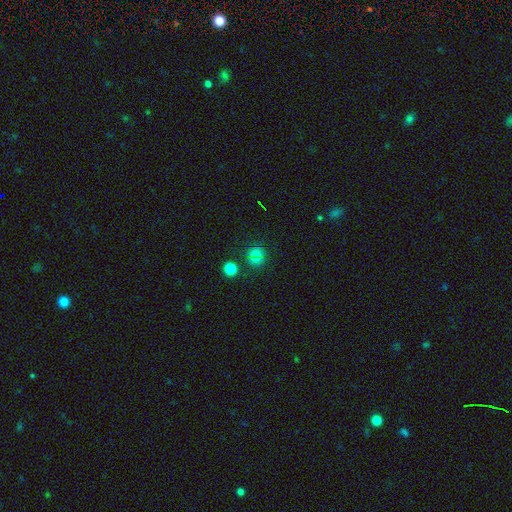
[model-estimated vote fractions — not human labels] Morphology: type=smooth (70%); roundness=round (89%); merging=none (78%).